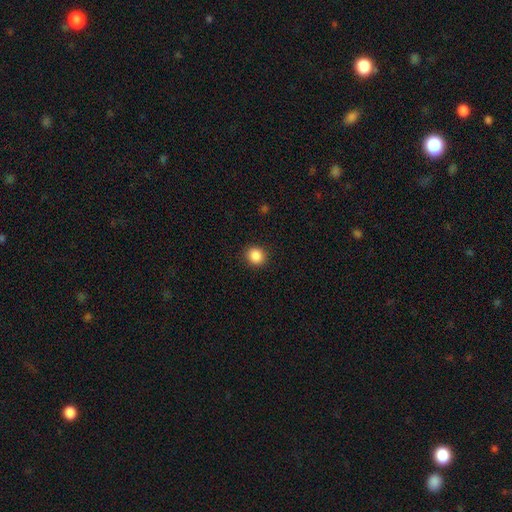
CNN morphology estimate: A smooth galaxy with no disk features (88%) that is round (81%).

Vote fractions:
- Smooth or featured? smooth: 88% / star or artifact: 9% / featured or disk: 3%
- How rounded? round: 81% / in between: 18% / cigar-shaped: 1%
- Merging? none: 90% / minor disturbance: 7% / major disturbance: 2% / merger: 1%